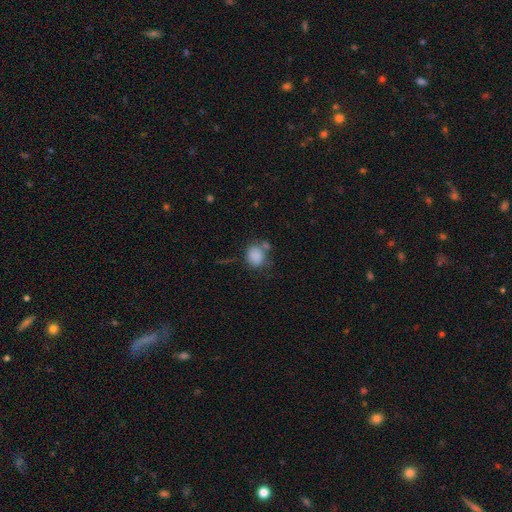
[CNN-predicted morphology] This is clearly a smooth galaxy (84%). How rounded: likely round (70%). Merging: possibly none (58%).